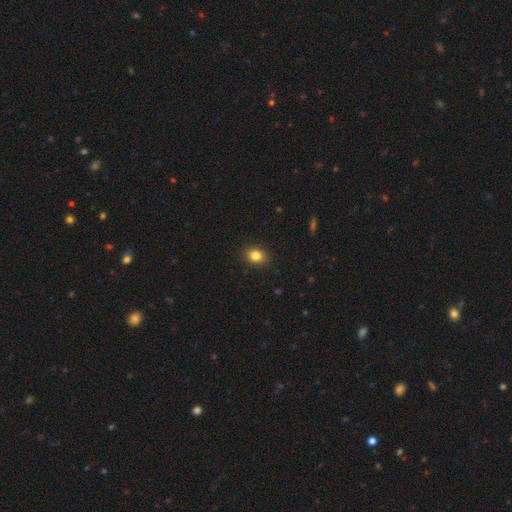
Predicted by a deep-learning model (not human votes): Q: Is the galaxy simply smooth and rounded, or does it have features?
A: smooth — 83%.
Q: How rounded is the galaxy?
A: in between — 50%.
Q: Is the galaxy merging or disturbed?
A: none — 90%.